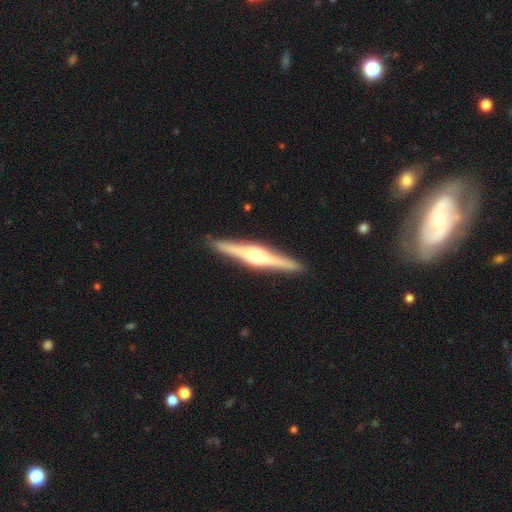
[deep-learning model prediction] The model was most divided on "edge-on bulge": rounded: 73%, boxy: 22%, none: 5%. More confident: edge-on disk — yes (98%); merging — none (91%); smooth or featured — featured or disk (80%).